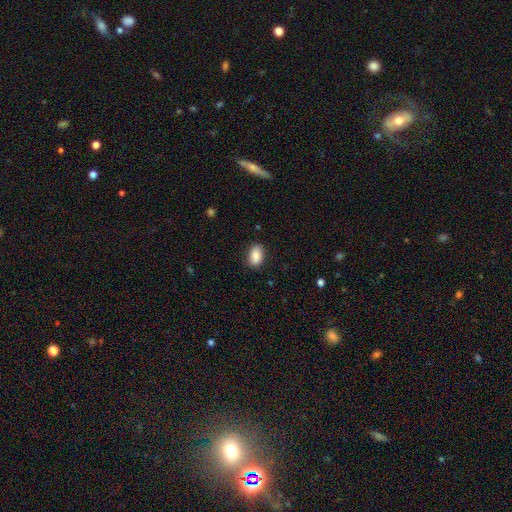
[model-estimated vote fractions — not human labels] smooth_or_featured: smooth (p=0.86) [alt: star or artifact p=0.07]
how_rounded: in between (p=0.88) [alt: round p=0.10]
merging: none (p=0.87) [alt: minor disturbance p=0.10]